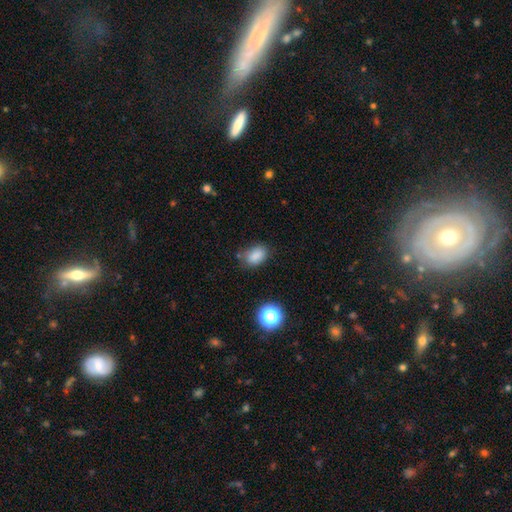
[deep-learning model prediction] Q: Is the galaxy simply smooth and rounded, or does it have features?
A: smooth — 84%.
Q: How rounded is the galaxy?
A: in between — 80%.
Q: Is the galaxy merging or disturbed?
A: none — 73%.